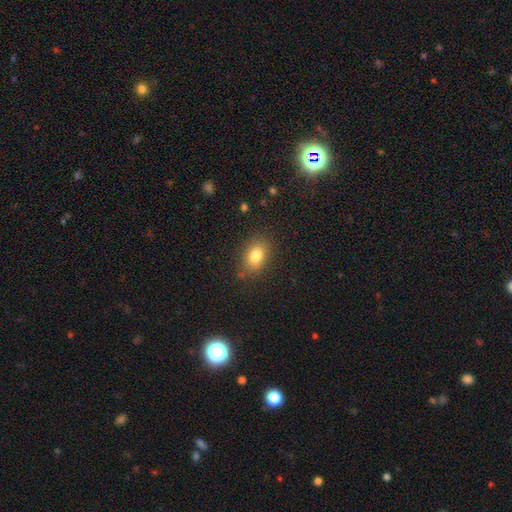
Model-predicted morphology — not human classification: smooth_or_featured: smooth (p=0.81) [alt: star or artifact p=0.10]
how_rounded: in between (p=0.77) [alt: round p=0.22]
merging: none (p=0.81) [alt: minor disturbance p=0.14]